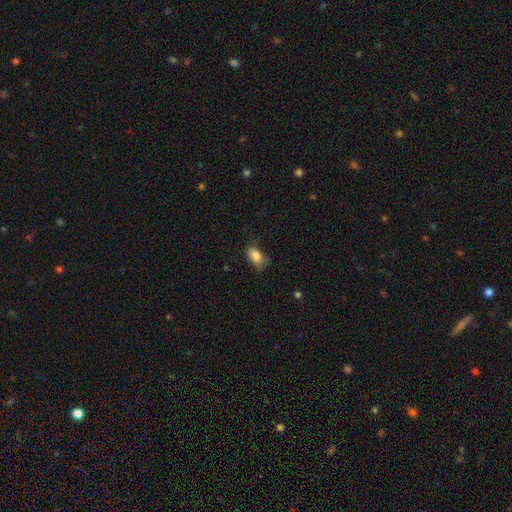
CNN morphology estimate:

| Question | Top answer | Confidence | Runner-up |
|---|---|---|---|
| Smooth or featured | smooth | 84% | star or artifact (8%) |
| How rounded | in between | 90% | round (8%) |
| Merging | none | 54% | minor disturbance (32%) |